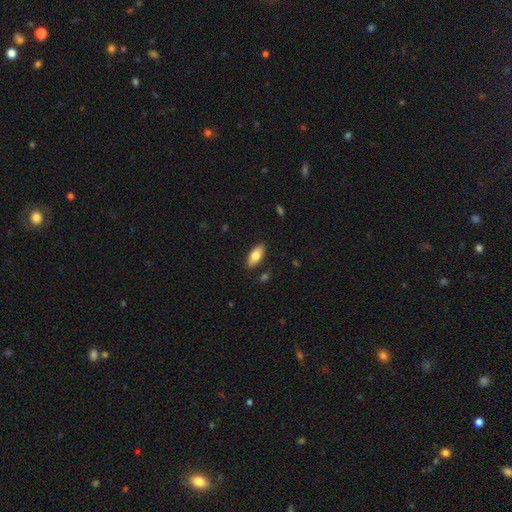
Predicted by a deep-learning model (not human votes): This appears to be a smooth galaxy with no disk features (77%) that is in between round and cigar-shaped (83%). Merging: none (87%).